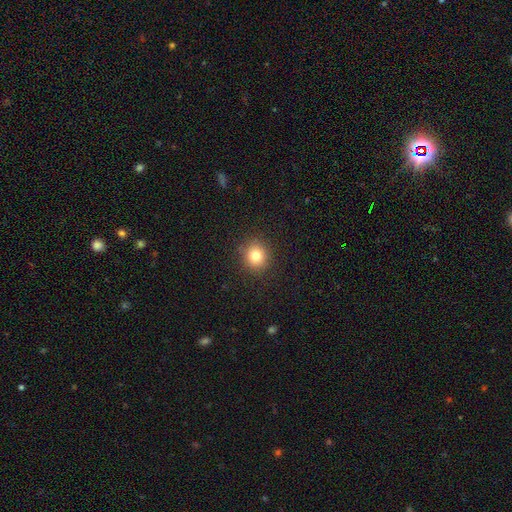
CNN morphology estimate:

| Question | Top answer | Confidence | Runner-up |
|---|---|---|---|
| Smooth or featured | smooth | 80% | star or artifact (13%) |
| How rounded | round | 88% | in between (11%) |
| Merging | none | 90% | minor disturbance (7%) |